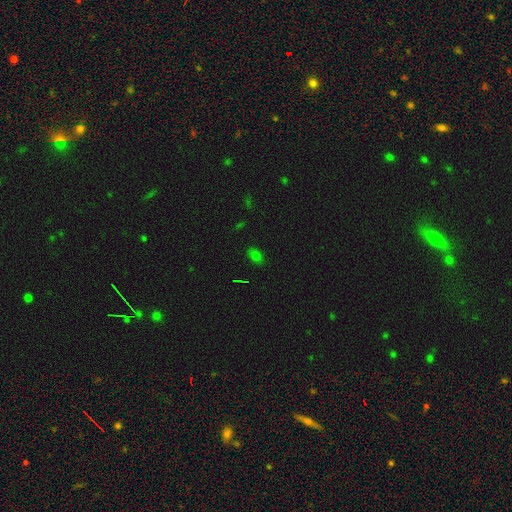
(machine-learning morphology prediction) A smooth galaxy with no disk features (69%) that is in between round and cigar-shaped (77%).

Vote fractions:
- Smooth or featured? smooth: 69% / star or artifact: 24% / featured or disk: 7%
- How rounded? in between: 77% / round: 20% / cigar-shaped: 2%
- Merging? none: 83% / minor disturbance: 12% / major disturbance: 3% / merger: 2%